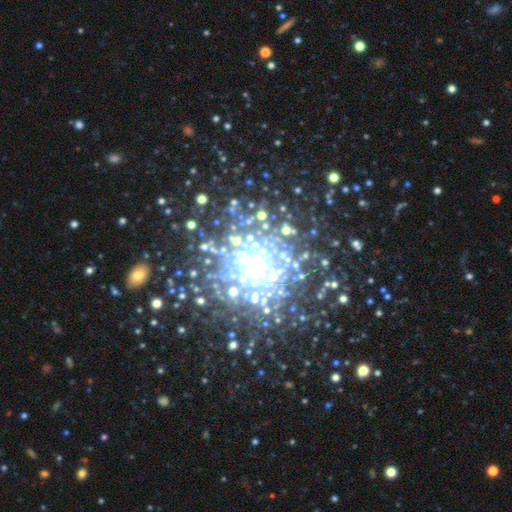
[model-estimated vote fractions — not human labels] A featured or disk galaxy (47%).

Vote fractions:
- Smooth or featured? featured or disk: 47% / star or artifact: 36% / smooth: 17%
- Merging? none: 64% / major disturbance: 15% / minor disturbance: 14% / merger: 8%